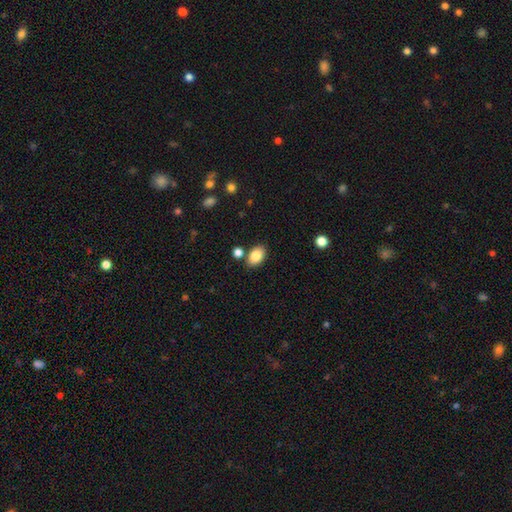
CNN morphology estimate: A smooth galaxy with no disk features (86%) that is in between round and cigar-shaped (88%).

Vote fractions:
- Smooth or featured? smooth: 86% / star or artifact: 8% / featured or disk: 6%
- How rounded? in between: 88% / round: 11% / cigar-shaped: 1%
- Merging? none: 78% / minor disturbance: 11% / merger: 8% / major disturbance: 3%